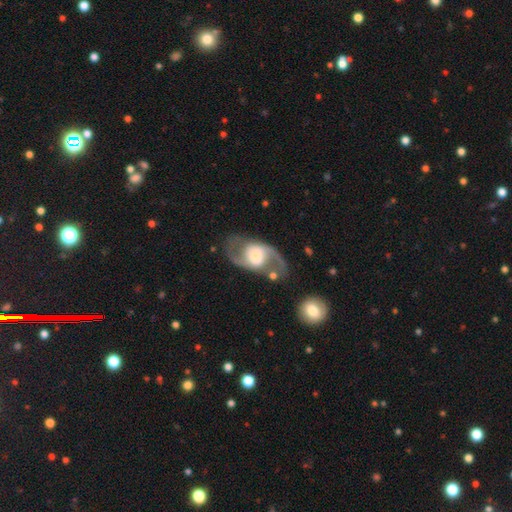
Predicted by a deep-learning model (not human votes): smooth_or_featured: featured or disk (p=0.79) [alt: smooth p=0.15]
disk_edge_on: no (p=0.94) [alt: yes p=0.06]
bar: no (p=0.55) [alt: weak p=0.31]
has_spiral_arms: yes (p=0.85) [alt: no p=0.15]
spiral_winding: medium (p=0.50) [alt: loose p=0.36]
spiral_arm_count: 2 (p=0.90) [alt: can't tell p=0.04]
bulge_size: moderate (p=0.35) [alt: large p=0.32]
merging: none (p=0.69) [alt: minor disturbance p=0.14]